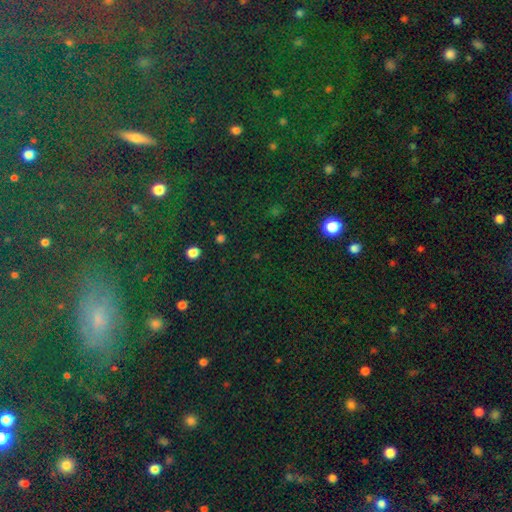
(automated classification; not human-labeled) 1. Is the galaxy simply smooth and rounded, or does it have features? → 73% star or artifact, 17% smooth, 10% featured or disk.